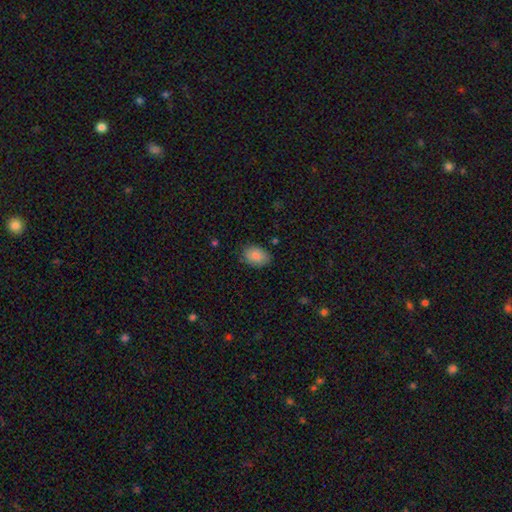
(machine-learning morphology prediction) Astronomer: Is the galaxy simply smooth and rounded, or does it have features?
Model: smooth — 85%.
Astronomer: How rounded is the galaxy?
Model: in between — 83%.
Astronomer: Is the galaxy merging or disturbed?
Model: none — 80%.